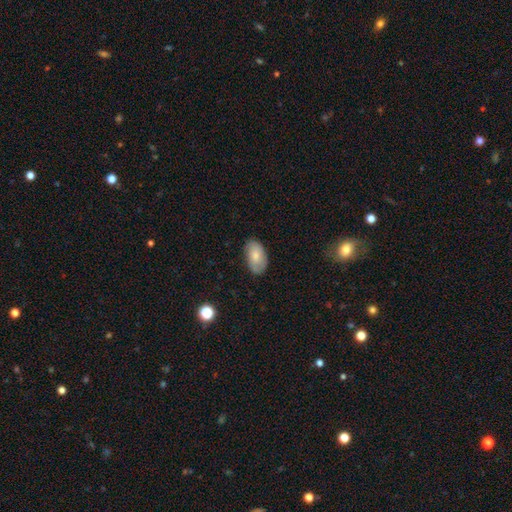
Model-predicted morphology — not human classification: Smooth or featured? smooth (75%)
How rounded? in between (94%)
Merging? none (80%)